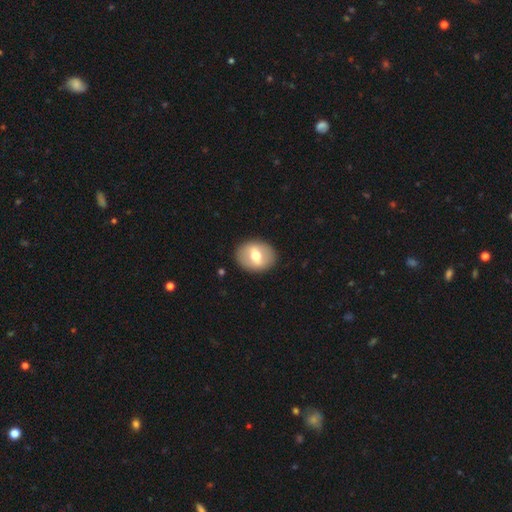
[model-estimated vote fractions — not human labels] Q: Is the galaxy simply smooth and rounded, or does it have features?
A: smooth — 53%.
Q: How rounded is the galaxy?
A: in between — 55%.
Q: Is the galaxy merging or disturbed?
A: none — 89%.